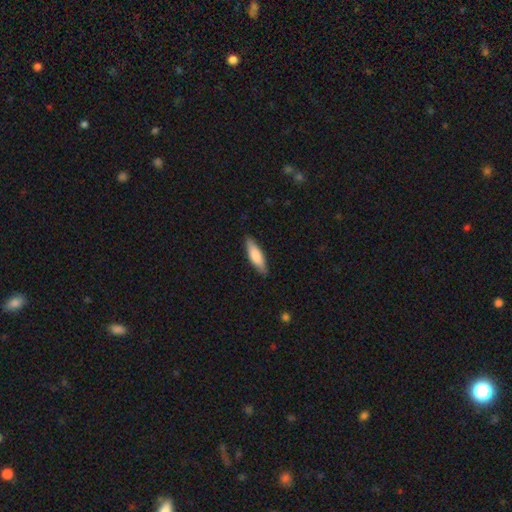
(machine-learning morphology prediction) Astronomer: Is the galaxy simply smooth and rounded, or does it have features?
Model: smooth — 76%.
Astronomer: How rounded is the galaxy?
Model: cigar-shaped — 58% (runner-up: in between, 41%).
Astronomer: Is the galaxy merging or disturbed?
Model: none — 87%.